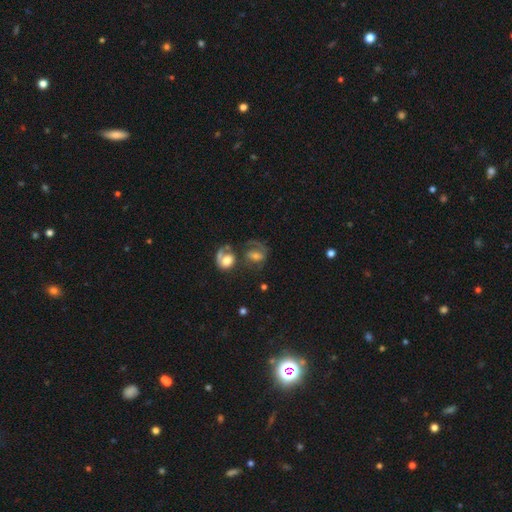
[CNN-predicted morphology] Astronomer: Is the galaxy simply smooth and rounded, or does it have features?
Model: featured or disk — 55% (runner-up: smooth, 35%).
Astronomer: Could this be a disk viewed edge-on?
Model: no — 96%.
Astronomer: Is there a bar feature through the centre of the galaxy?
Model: no — 48% (runner-up: weak, 37%).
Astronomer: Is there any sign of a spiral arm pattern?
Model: yes — 70%.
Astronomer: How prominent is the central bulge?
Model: moderate — 45% (runner-up: small, 28%).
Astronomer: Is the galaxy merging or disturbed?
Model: merger — 32% (runner-up: none, 28%).